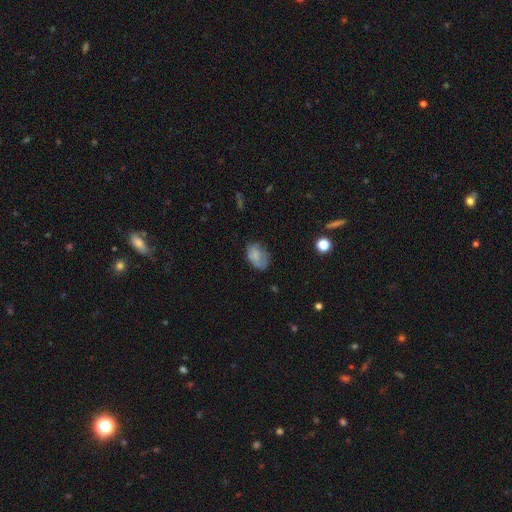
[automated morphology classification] smooth_or_featured: smooth (p=0.74) [alt: featured or disk p=0.16]
how_rounded: in between (p=0.85) [alt: round p=0.14]
merging: none (p=0.56) [alt: minor disturbance p=0.29]